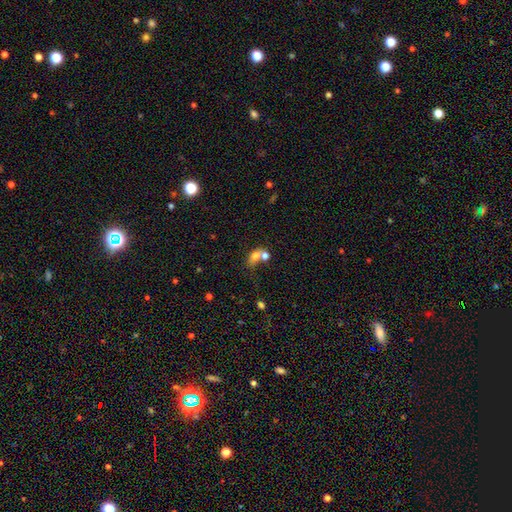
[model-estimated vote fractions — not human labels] This appears to be a smooth galaxy with no disk features (69%) that is in between round and cigar-shaped (66%). Merging: merger (59%).